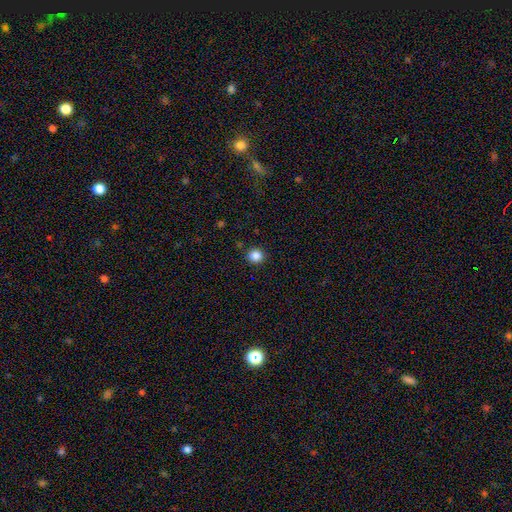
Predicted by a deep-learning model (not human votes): The model was most divided on "smooth or featured": smooth: 86%, star or artifact: 11%, featured or disk: 3%. More confident: merging — none (91%); how rounded — round (91%).